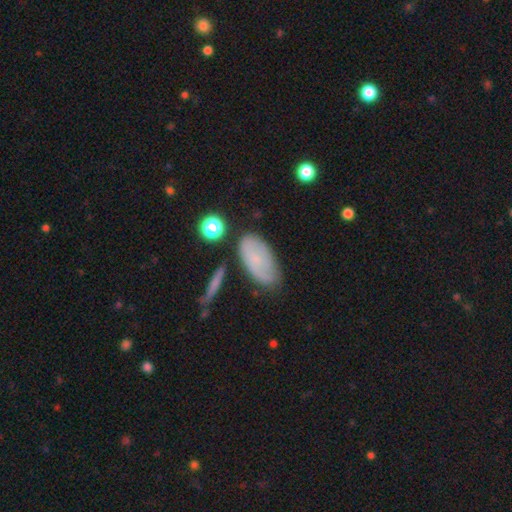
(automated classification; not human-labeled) smooth_or_featured: smooth (p=0.62) [alt: featured or disk p=0.29]
how_rounded: in between (p=0.91) [alt: cigar-shaped p=0.05]
merging: none (p=0.63) [alt: minor disturbance p=0.24]